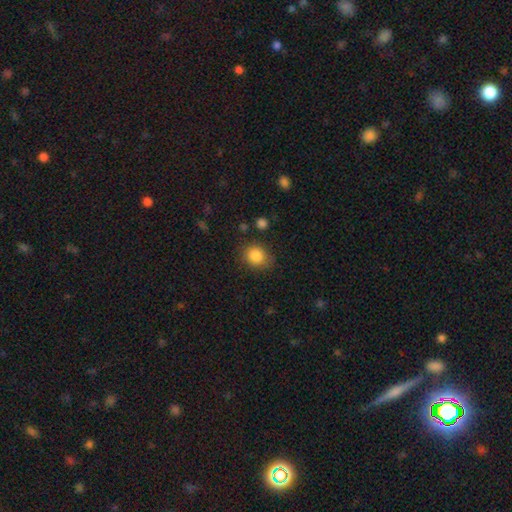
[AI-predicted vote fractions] Overall: smooth (86%). How rounded: round (67%; in between 32%). Merging: none (78%).